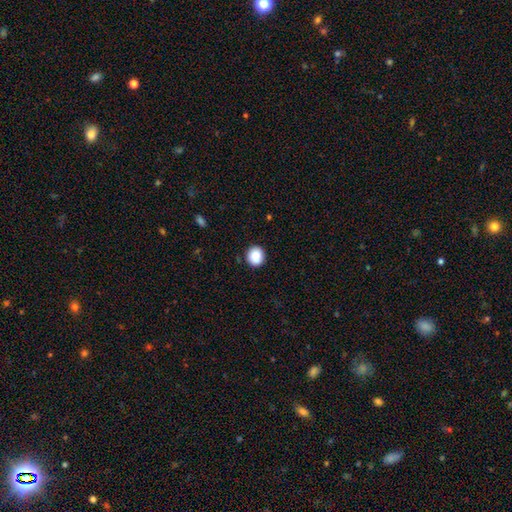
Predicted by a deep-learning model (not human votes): Q: Smooth or featured?
A: smooth (85%); runner-up: star or artifact (9%)
Q: How rounded?
A: round (88%); runner-up: in between (11%)
Q: Merging?
A: none (90%); runner-up: minor disturbance (7%)